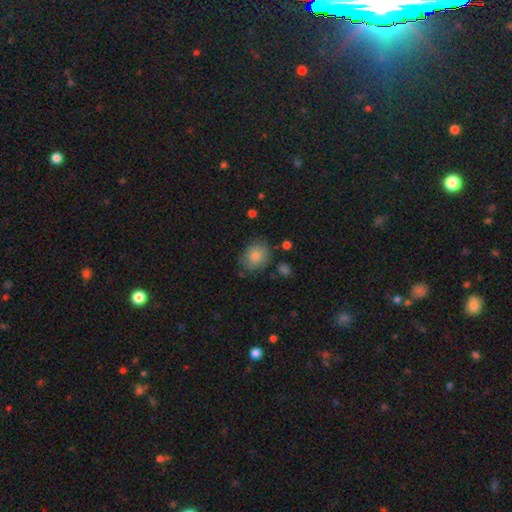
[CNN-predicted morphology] type=smooth (83%); roundness=round (59%); merging=none (73%).